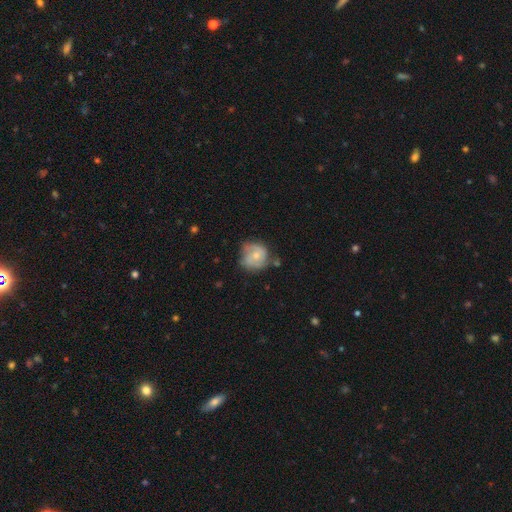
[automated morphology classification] This is possibly a featured or disk galaxy (55%). It is clearly not viewed edge-on (98%). Bar: likely no (75%). Spiral arm pattern: likely yes (79%). Central bulge: possibly small (56%). Merging: possibly none (56%).